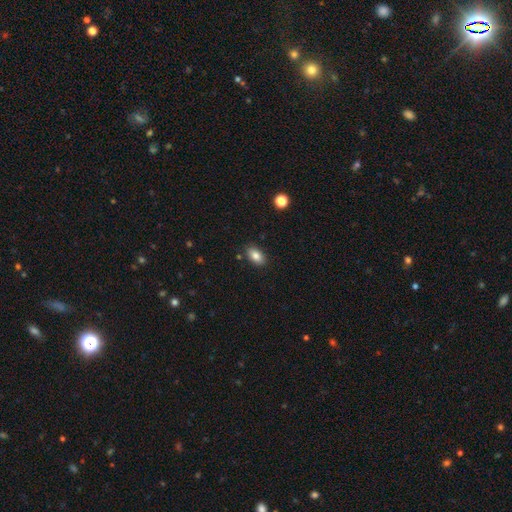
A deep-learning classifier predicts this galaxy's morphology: smooth 84%, star or artifact 9%, featured or disk 8%. Down the decision tree: how rounded — in between (91%); merging — none (85%).